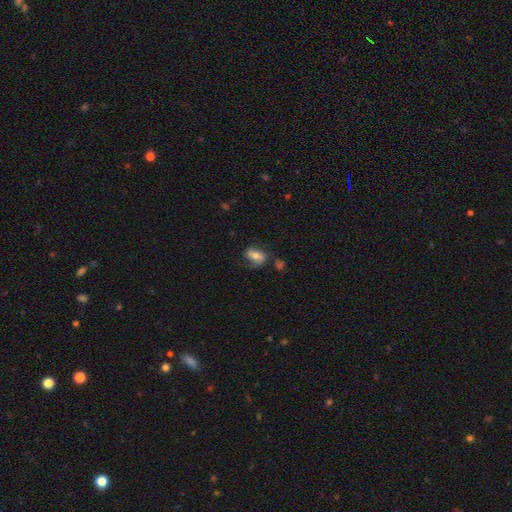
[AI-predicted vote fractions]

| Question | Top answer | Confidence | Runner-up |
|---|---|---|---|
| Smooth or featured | smooth | 55% | featured or disk (36%) |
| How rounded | in between | 80% | round (17%) |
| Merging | none | 54% | minor disturbance (26%) |